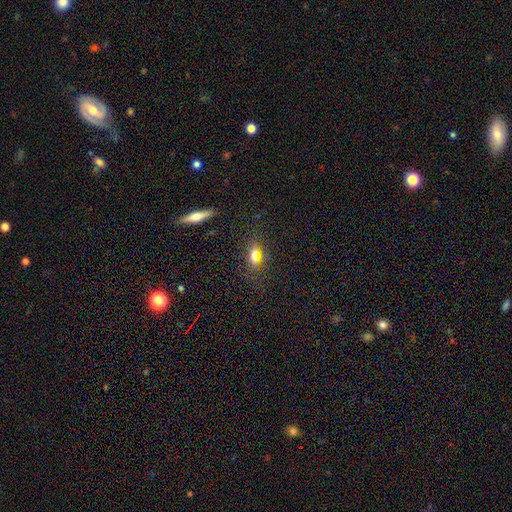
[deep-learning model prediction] This appears to be a smooth galaxy with no disk features (63%) that is in between round and cigar-shaped (72%). Merging: none (84%).